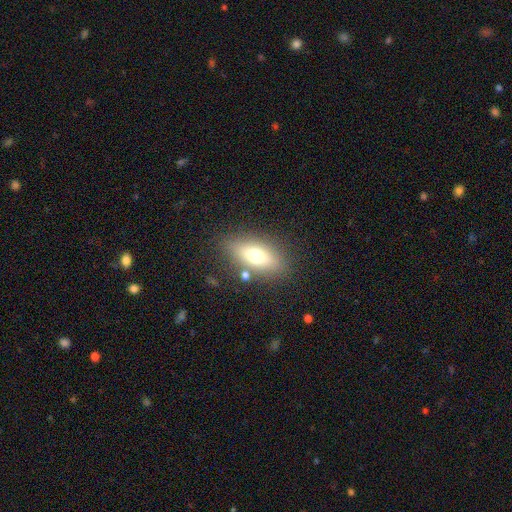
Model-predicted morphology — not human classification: smooth 63%, featured or disk 27%, star or artifact 9%. Down the decision tree: how rounded — in between (75%); merging — none (80%).